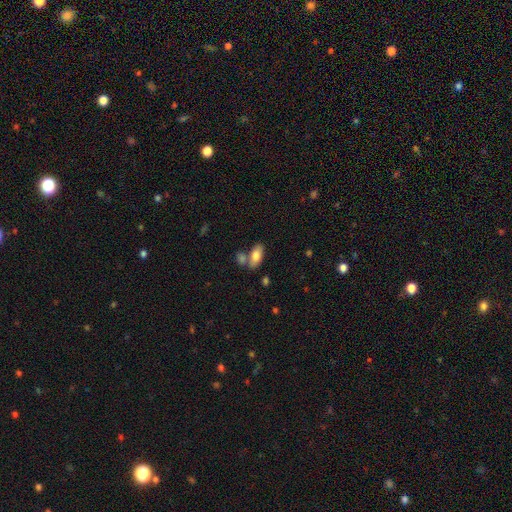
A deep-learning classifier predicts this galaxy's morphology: A smooth galaxy with no disk features (81%) that is in between round and cigar-shaped (89%). Merging: none (56%).